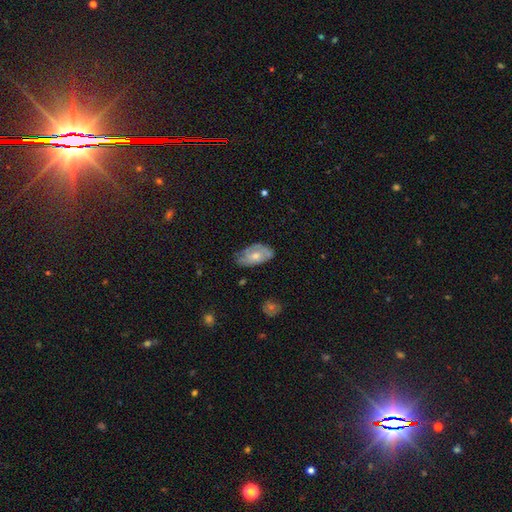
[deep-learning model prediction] This appears to be a smooth galaxy with no disk features (48%). Merging: none (50%).